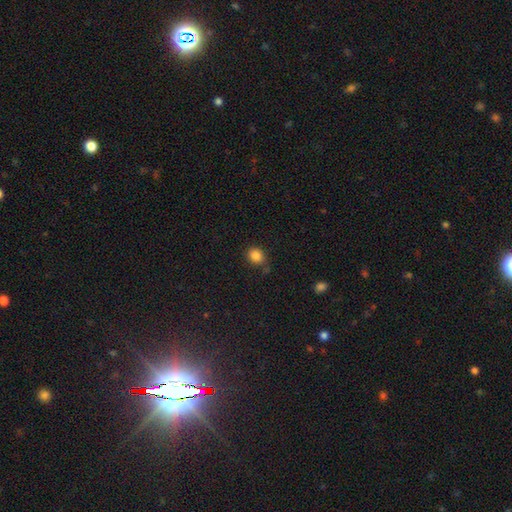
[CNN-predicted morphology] Smooth or featured?
  - smooth: 85% *
  - star or artifact: 11%
  - featured or disk: 4%
How rounded?
  - round: 69% *
  - in between: 30%
  - cigar-shaped: 1%
Merging?
  - none: 74% *
  - minor disturbance: 17%
  - merger: 5%
  - major disturbance: 5%